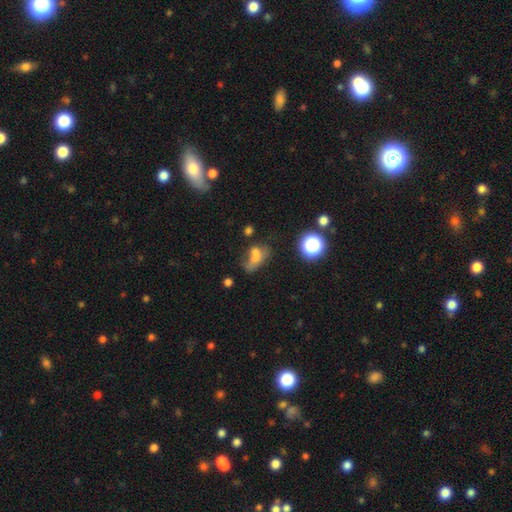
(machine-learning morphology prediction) smooth_or_featured: smooth (p=0.58) [alt: featured or disk p=0.22]
how_rounded: in between (p=0.70) [alt: round p=0.24]
merging: merger (p=0.38) [alt: none p=0.27]